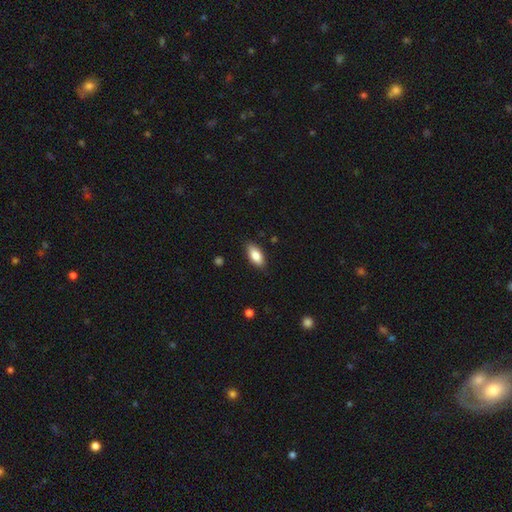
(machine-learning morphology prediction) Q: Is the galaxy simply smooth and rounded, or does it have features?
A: smooth — 81%.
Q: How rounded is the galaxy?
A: in between — 86%.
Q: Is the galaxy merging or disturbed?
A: none — 86%.